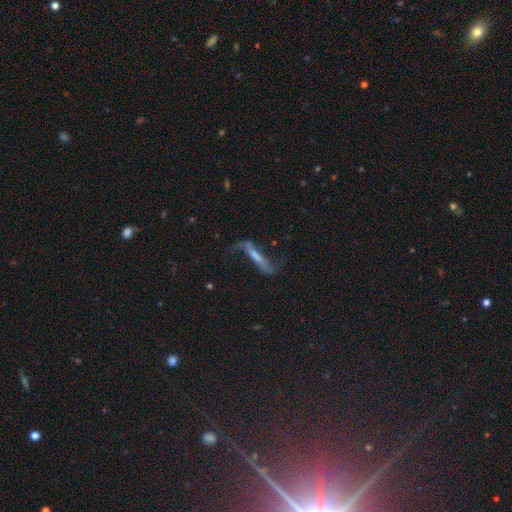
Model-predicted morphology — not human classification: The model was most divided on "edge-on disk": no: 52%, yes: 48%. Remaining: smooth or featured — featured or disk (62%); merging — none (49%).